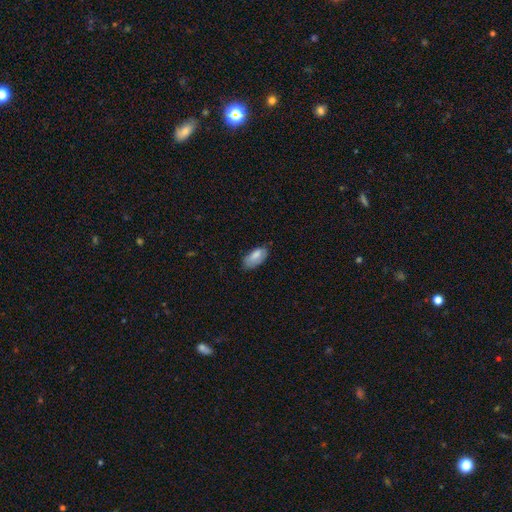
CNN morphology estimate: smooth_or_featured: smooth (p=0.81) [alt: featured or disk p=0.13]
how_rounded: in between (p=0.91) [alt: cigar-shaped p=0.07]
merging: none (p=0.64) [alt: minor disturbance p=0.28]